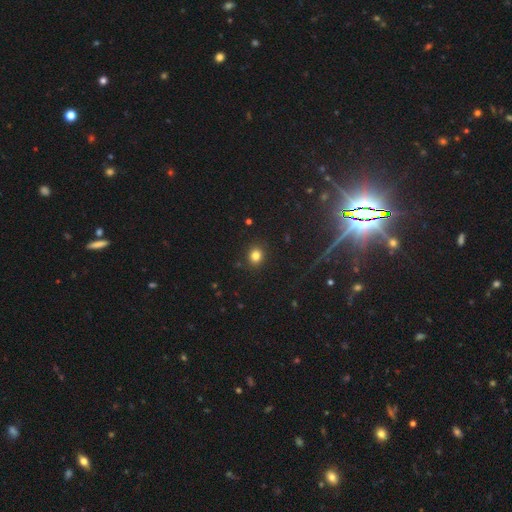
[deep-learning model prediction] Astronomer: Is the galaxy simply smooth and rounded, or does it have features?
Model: smooth — 81%.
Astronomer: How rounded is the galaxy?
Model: round — 73%.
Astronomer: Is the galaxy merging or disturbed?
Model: none — 90%.